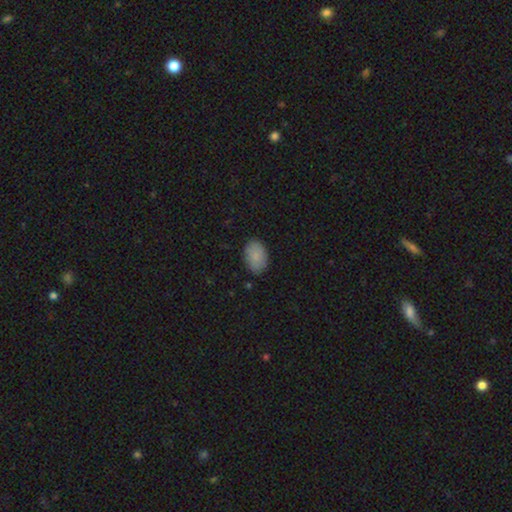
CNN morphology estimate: This appears to be a smooth galaxy with no disk features (87%) that is in between round and cigar-shaped (89%). Merging: none (84%).